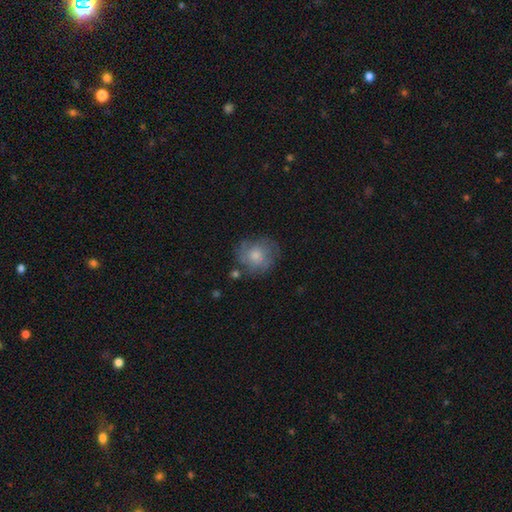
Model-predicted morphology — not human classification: A smooth galaxy with no disk features (57%) that is round (81%). Merging: none (64%).